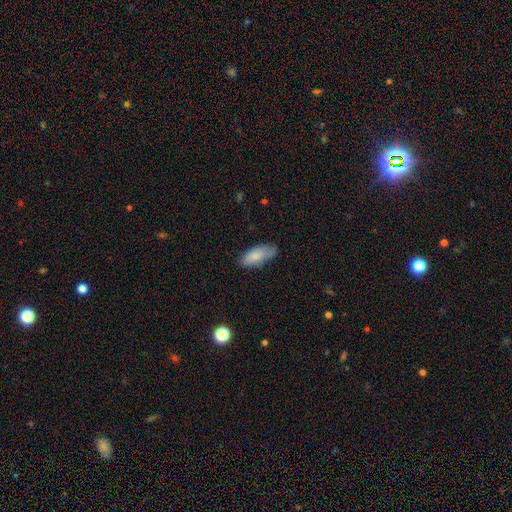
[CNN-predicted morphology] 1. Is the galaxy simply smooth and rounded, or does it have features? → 82% smooth, 11% featured or disk, 6% star or artifact.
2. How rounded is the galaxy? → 83% in between, 15% cigar-shaped, 2% round.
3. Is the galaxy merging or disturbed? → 67% none, 26% minor disturbance, 5% major disturbance, 2% merger.